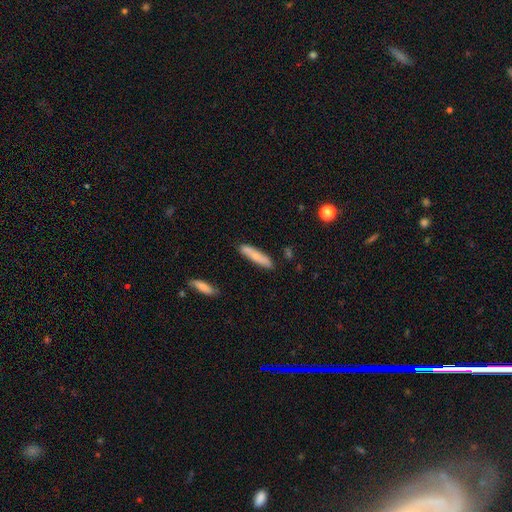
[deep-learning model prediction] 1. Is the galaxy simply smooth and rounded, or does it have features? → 71% smooth, 23% featured or disk, 6% star or artifact.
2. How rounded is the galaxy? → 84% cigar-shaped, 14% in between, 2% round.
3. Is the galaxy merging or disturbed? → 83% none, 11% minor disturbance, 3% merger, 2% major disturbance.